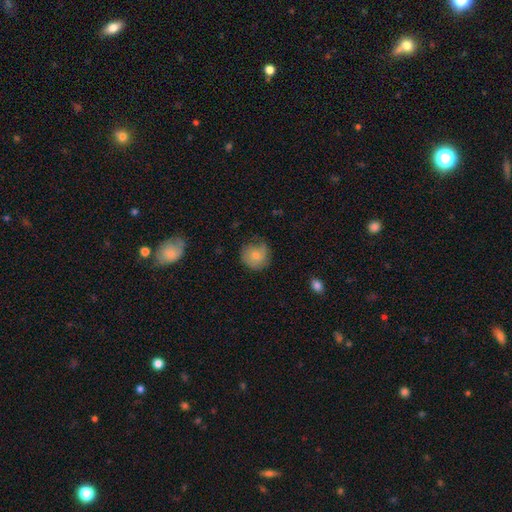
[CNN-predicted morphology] smooth 74%, featured or disk 18%, star or artifact 8%. Down the decision tree: how rounded — round (87%); merging — none (65%).